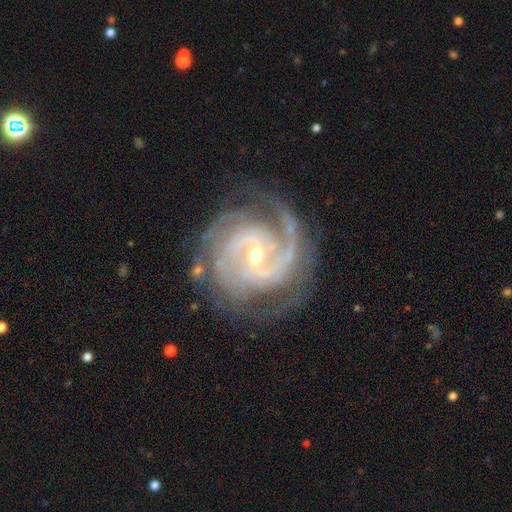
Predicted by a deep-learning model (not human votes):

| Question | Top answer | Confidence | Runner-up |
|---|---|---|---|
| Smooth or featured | featured or disk | 92% | star or artifact (5%) |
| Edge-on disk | no | 98% | yes (2%) |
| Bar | weak | 49% | no (29%) |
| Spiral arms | yes | 98% | no (2%) |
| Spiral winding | tight | 60% | medium (35%) |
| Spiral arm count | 2 | 45% | 3 (24%) |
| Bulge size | small | 61% | moderate (36%) |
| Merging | none | 75% | minor disturbance (16%) |